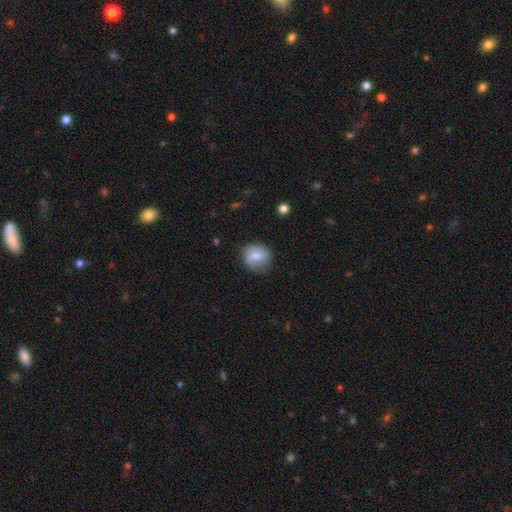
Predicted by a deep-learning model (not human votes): Smooth or featured: smooth — 70% (featured or disk — 22%)
How rounded: round — 78% (in between — 21%)
Merging: none — 73% (minor disturbance — 20%)